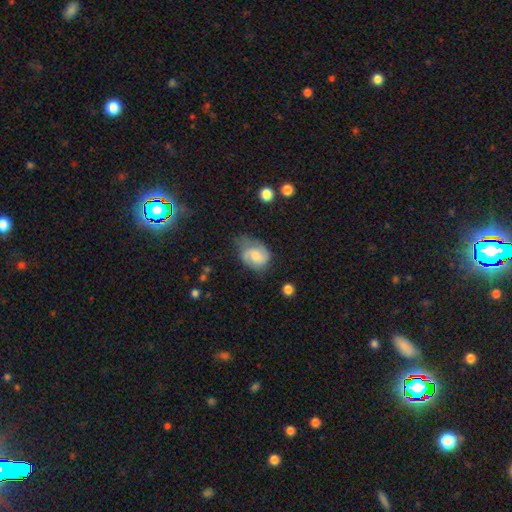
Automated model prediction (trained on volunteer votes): Morphology: type=featured or disk (55%); edge-on=no (97%); bar=no (57%); spiral arms=yes (87%); bulge=moderate (42%); merging=none (42%).